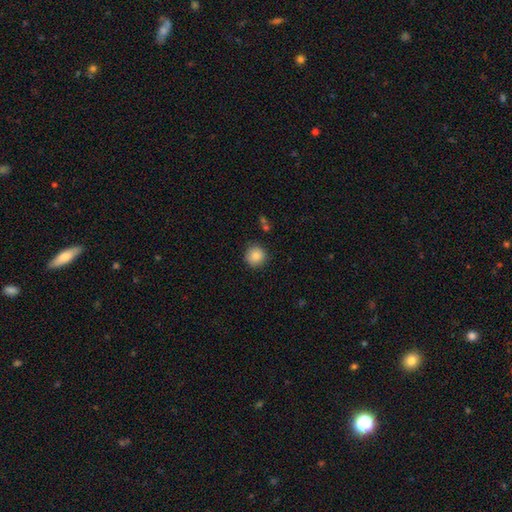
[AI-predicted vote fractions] Morphology: type=smooth (84%); roundness=round (93%); merging=none (86%).